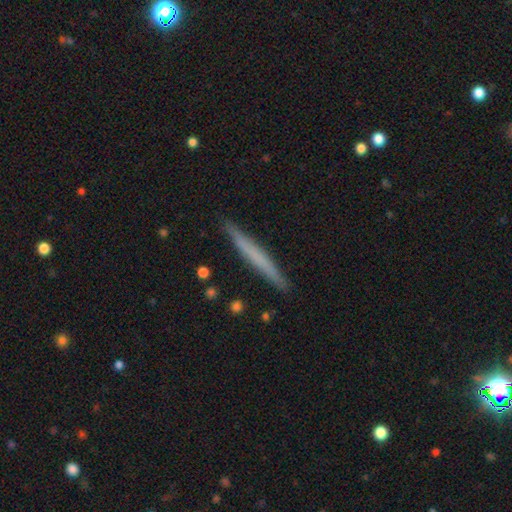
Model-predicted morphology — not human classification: Overall: smooth (56%; featured or disk 38%). How rounded: cigar-shaped (97%). Merging: none (91%).